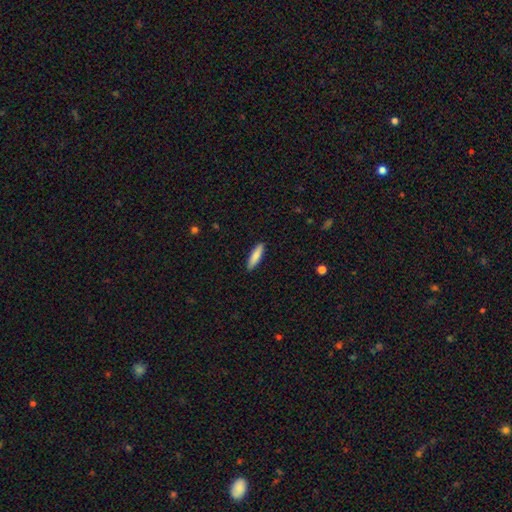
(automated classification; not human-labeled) Q: Smooth or featured?
A: smooth (85%); runner-up: featured or disk (9%)
Q: How rounded?
A: cigar-shaped (69%); runner-up: in between (29%)
Q: Merging?
A: none (90%); runner-up: minor disturbance (8%)